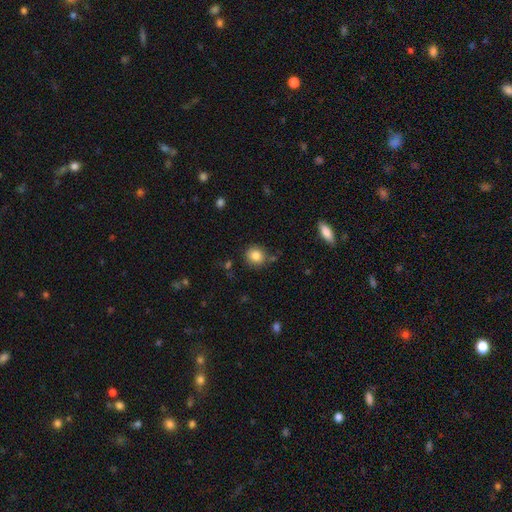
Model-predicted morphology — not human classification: smooth-or-featured: smooth: 83% | star or artifact: 10% | featured or disk: 6%
  how-rounded: round: 88% | in between: 11% | cigar-shaped: 1%
  merging: none: 81% | minor disturbance: 11% | merger: 5% | major disturbance: 3%